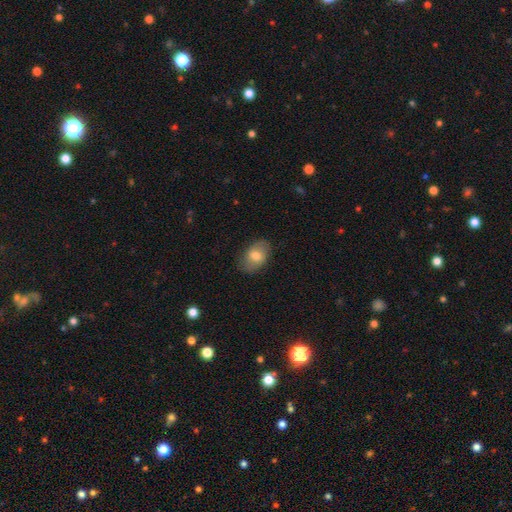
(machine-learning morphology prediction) Smooth or featured? Predicted: smooth (p=0.69). How rounded? Predicted: in between (p=0.85). Merging? Predicted: none (p=0.80).